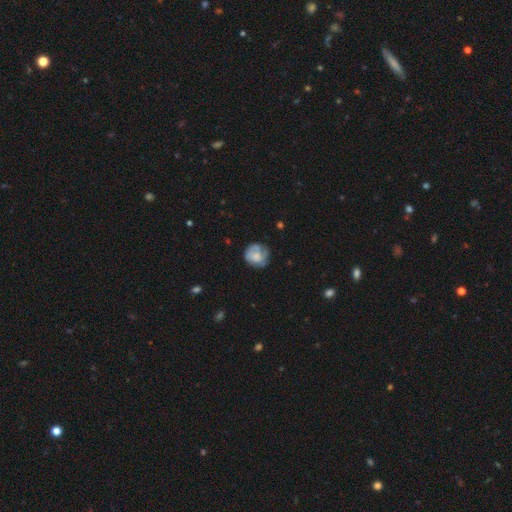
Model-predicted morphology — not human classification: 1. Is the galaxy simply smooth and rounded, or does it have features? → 60% smooth, 32% featured or disk, 8% star or artifact.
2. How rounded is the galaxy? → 84% round, 15% in between, 1% cigar-shaped.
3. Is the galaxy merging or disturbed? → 59% none, 27% minor disturbance, 11% major disturbance, 3% merger.